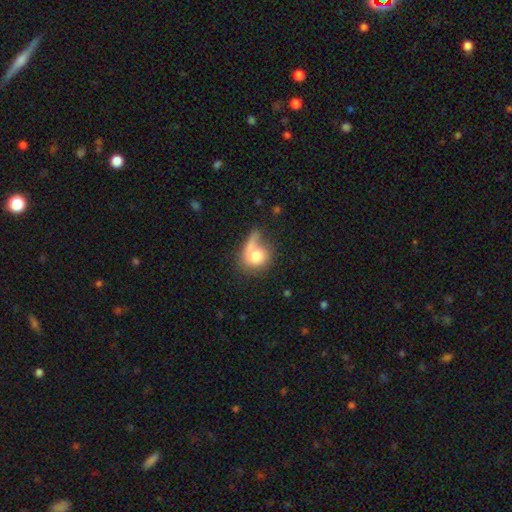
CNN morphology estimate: A smooth galaxy with no disk features (73%) that is round (65%).

Vote fractions:
- Smooth or featured? smooth: 73% / featured or disk: 19% / star or artifact: 8%
- How rounded? round: 65% / in between: 33% / cigar-shaped: 2%
- Merging? none: 31% / merger: 26% / major disturbance: 25% / minor disturbance: 18%